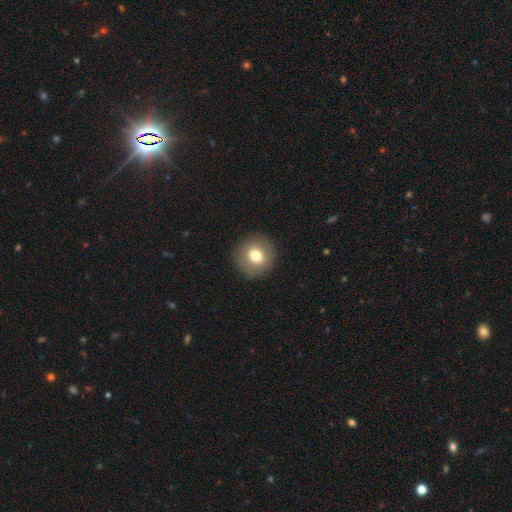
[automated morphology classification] Smooth or featured?
  - smooth: 75% *
  - featured or disk: 16%
  - star or artifact: 9%
How rounded?
  - round: 89% *
  - in between: 10%
  - cigar-shaped: 1%
Merging?
  - none: 89% *
  - minor disturbance: 7%
  - major disturbance: 2%
  - merger: 1%